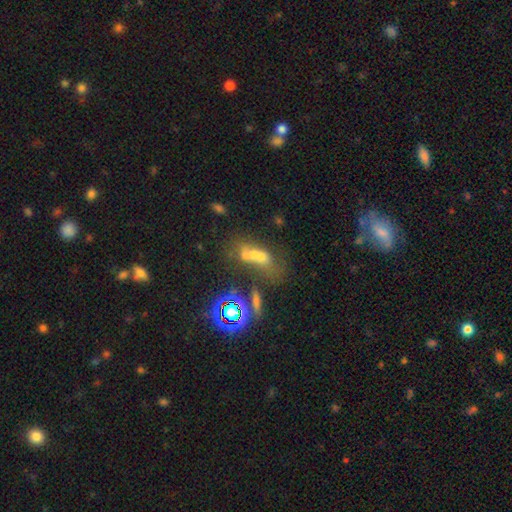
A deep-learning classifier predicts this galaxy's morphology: Q: Smooth or featured?
A: smooth (44%); runner-up: featured or disk (32%)
Q: Merging?
A: merger (56%); runner-up: none (22%)